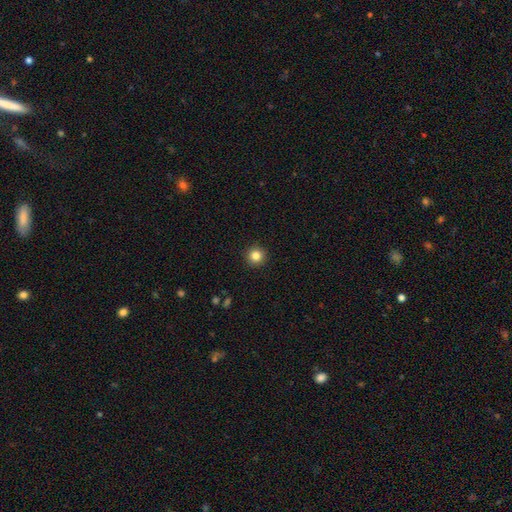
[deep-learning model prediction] The model was most divided on "smooth or featured": smooth: 84%, star or artifact: 11%, featured or disk: 5%. More confident: how rounded — round (96%); merging — none (93%).